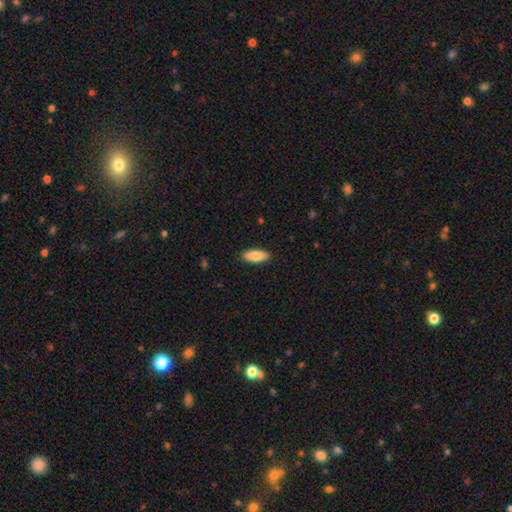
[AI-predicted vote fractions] A smooth galaxy with no disk features (87%) that is in between round and cigar-shaped (79%). Merging: none (90%).